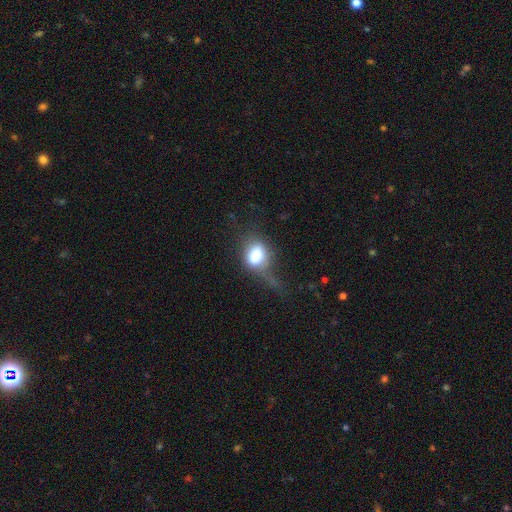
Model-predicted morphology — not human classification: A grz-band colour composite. It shows a smooth galaxy with no disk features (68%) that is in between round and cigar-shaped (68%). Merging: major disturbance (35%).